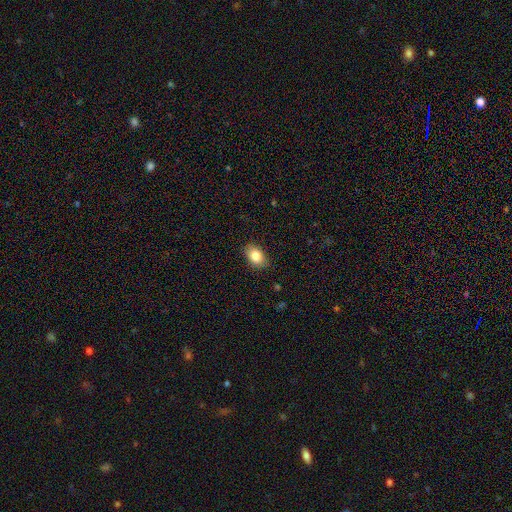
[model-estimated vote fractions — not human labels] The model was most divided on "how rounded": in between: 81%, round: 17%, cigar-shaped: 1%. More confident: merging — none (86%); smooth or featured — smooth (84%).